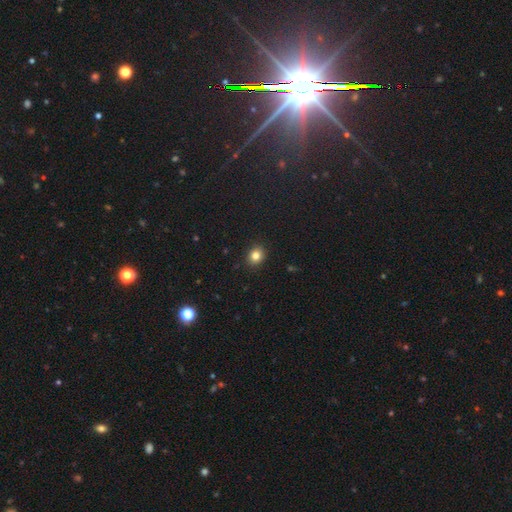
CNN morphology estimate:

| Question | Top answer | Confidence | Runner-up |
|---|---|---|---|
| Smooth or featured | smooth | 82% | star or artifact (12%) |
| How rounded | round | 69% | in between (30%) |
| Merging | none | 90% | minor disturbance (7%) |